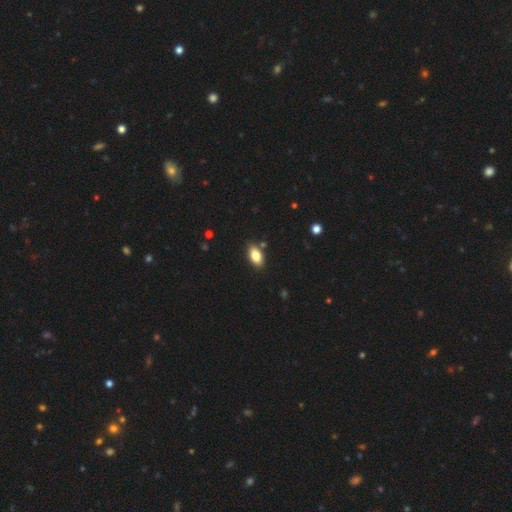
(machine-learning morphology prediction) smooth 83%, featured or disk 9%, star or artifact 8%. Down the decision tree: how rounded — in between (92%); merging — none (85%).